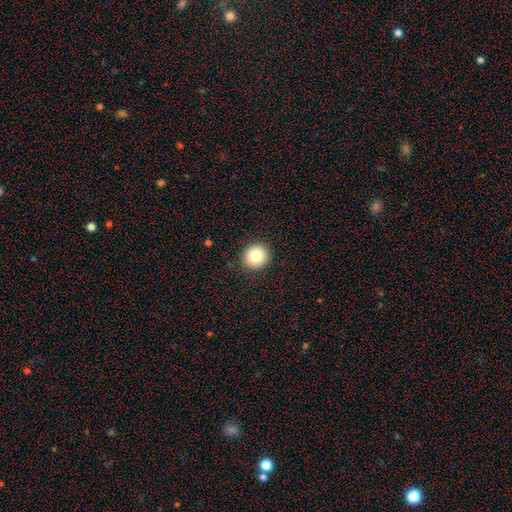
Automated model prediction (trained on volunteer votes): Morphology: type=smooth (82%); roundness=round (89%); merging=none (91%).